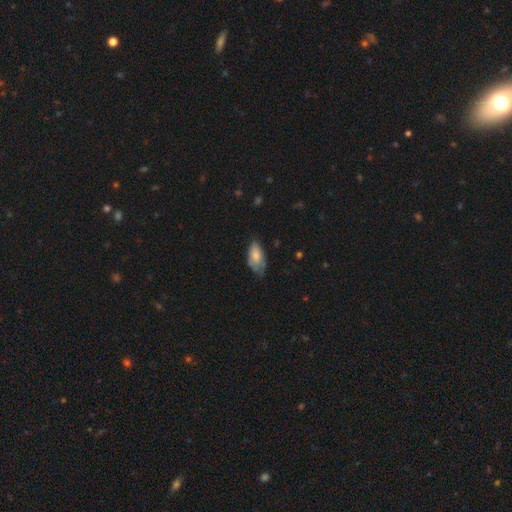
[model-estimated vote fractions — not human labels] This is likely a smooth galaxy (75%). How rounded: clearly in between (92%). Merging: marginally none (44%).